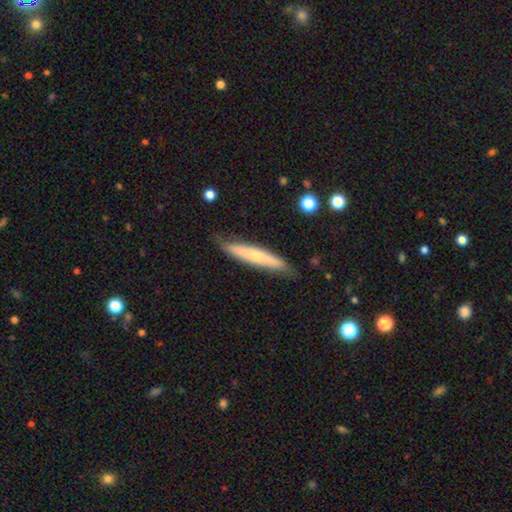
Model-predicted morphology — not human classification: Smooth or featured: smooth — 49% (featured or disk — 45%)
Merging: none — 77% (minor disturbance — 18%)